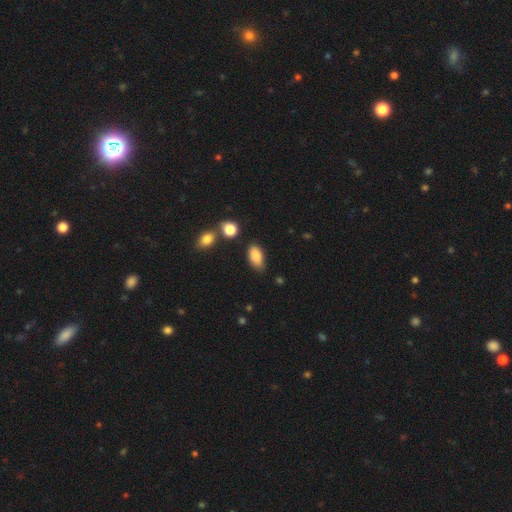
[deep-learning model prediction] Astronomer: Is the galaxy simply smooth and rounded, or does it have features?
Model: smooth — 86%.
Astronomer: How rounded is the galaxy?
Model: in between — 91%.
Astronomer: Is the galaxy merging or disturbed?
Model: none — 67%.